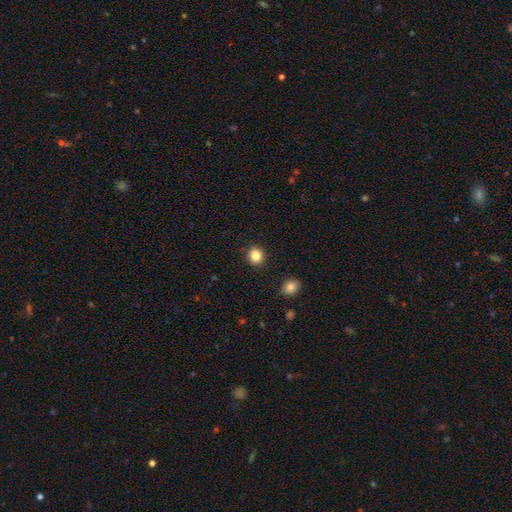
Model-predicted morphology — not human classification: This appears to be a smooth galaxy with no disk features (85%) that is round (89%). Merging: none (92%).